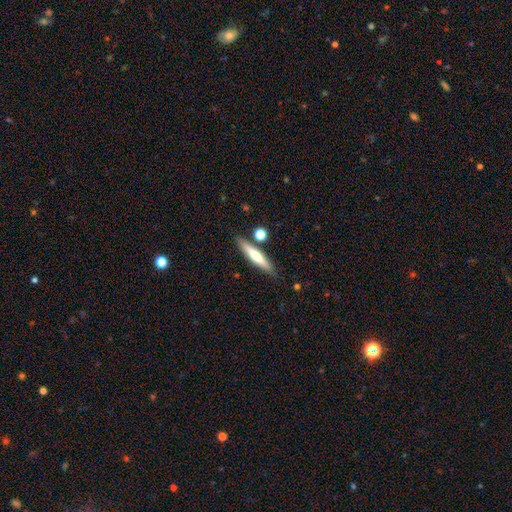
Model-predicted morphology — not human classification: Q: Smooth or featured?
A: smooth (59%); runner-up: featured or disk (35%)
Q: How rounded?
A: cigar-shaped (87%); runner-up: in between (11%)
Q: Merging?
A: none (82%); runner-up: minor disturbance (10%)